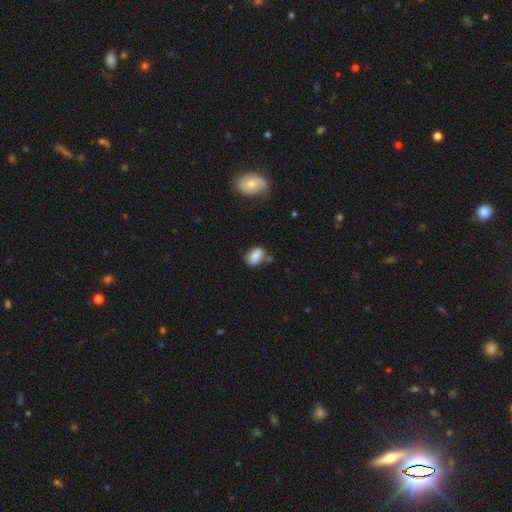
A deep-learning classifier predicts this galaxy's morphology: Overall: smooth (81%). How rounded: in between (78%). Merging: none (57%; minor disturbance 26%).